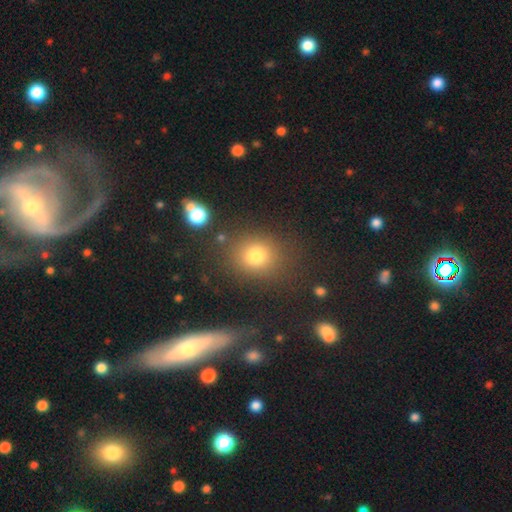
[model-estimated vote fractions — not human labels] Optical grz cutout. It shows a smooth galaxy with no disk features (77%) that is round (69%). Merging: none (78%).